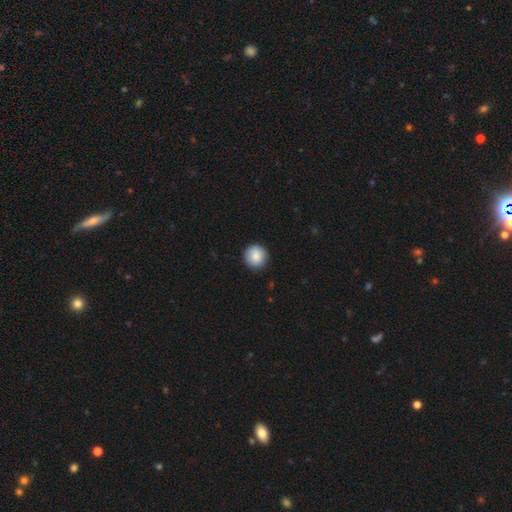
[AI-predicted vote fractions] Smooth or featured?
  - smooth: 88% *
  - star or artifact: 8%
  - featured or disk: 4%
How rounded?
  - round: 94% *
  - in between: 5%
  - cigar-shaped: 1%
Merging?
  - none: 91% *
  - minor disturbance: 6%
  - major disturbance: 2%
  - merger: 1%